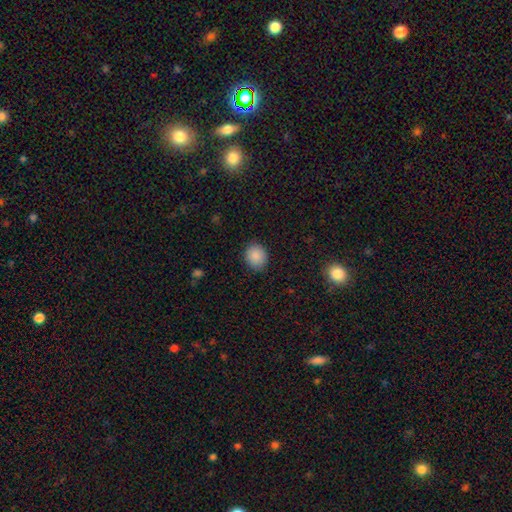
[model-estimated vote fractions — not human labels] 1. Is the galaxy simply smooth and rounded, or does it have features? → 88% smooth, 9% star or artifact, 3% featured or disk.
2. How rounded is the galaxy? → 77% round, 22% in between, 1% cigar-shaped.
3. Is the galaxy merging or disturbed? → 88% none, 8% minor disturbance, 2% major disturbance, 1% merger.